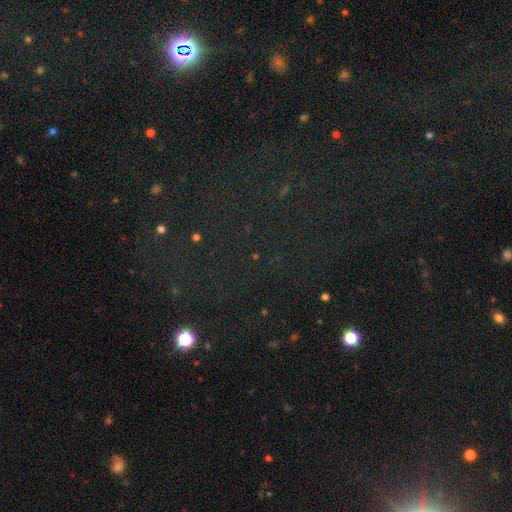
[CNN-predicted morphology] This appears to be a star or artifact, not a galaxy (75%).